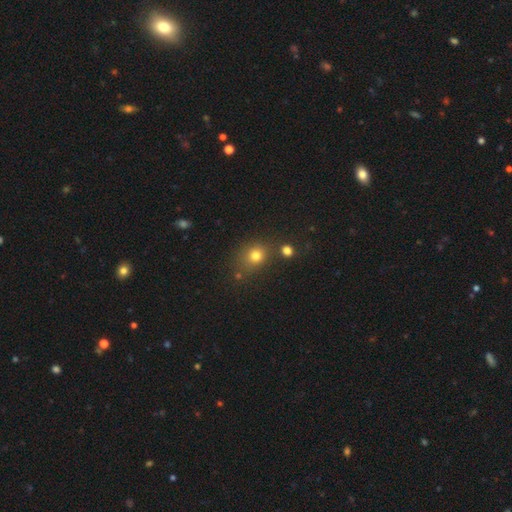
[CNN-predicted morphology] Smooth or featured: smooth — 75% (star or artifact — 16%)
How rounded: round — 72% (in between — 27%)
Merging: none — 69% (minor disturbance — 14%)